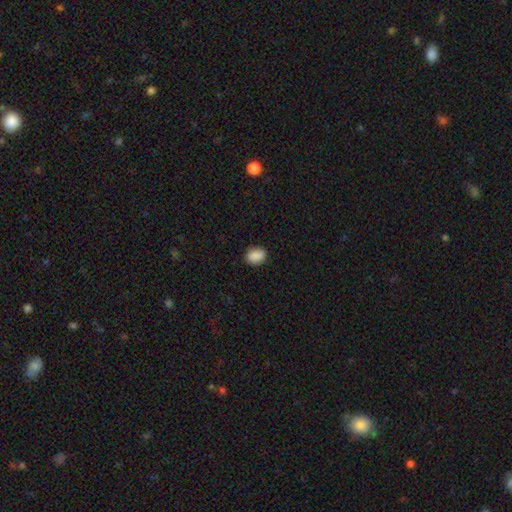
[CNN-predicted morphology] smooth 89%, star or artifact 8%, featured or disk 3%. Down the decision tree: how rounded — in between (62%); merging — none (87%).